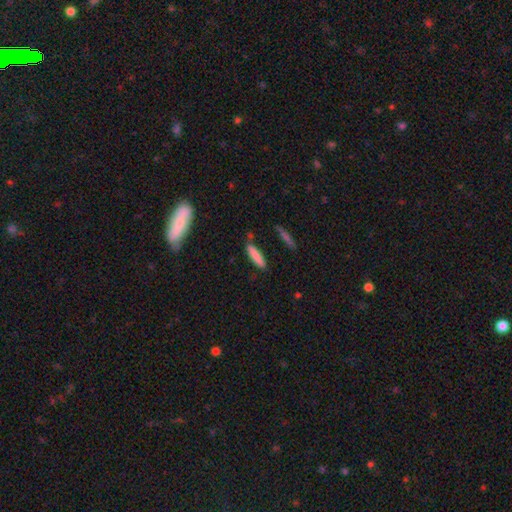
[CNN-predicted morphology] Smooth or featured: smooth — 83% (featured or disk — 10%)
How rounded: cigar-shaped — 81% (in between — 18%)
Merging: none — 79% (minor disturbance — 13%)